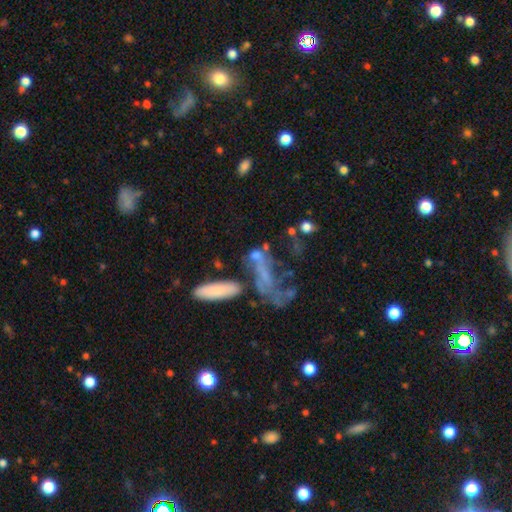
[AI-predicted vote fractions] The model was most divided on "merging": none: 31%, merger: 28%, major disturbance: 27%, minor disturbance: 14%. Remaining: smooth or featured — featured or disk (40%).